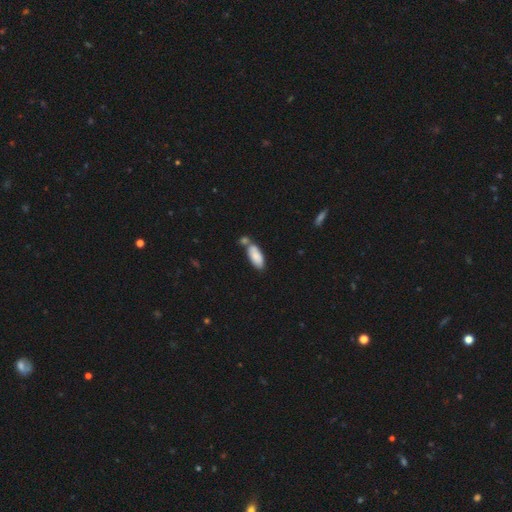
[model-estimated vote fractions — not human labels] Morphology: type=smooth (83%); roundness=in between (83%); merging=none (48%).